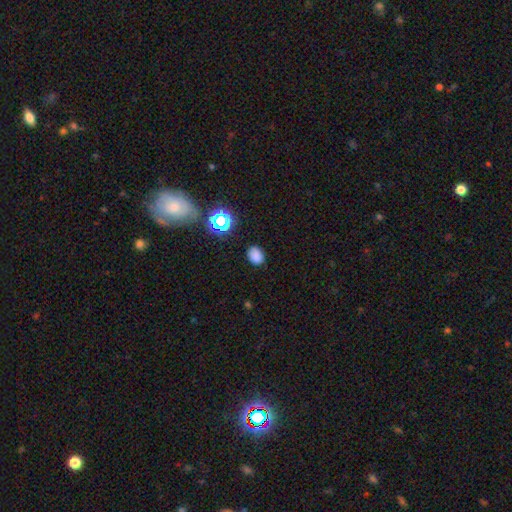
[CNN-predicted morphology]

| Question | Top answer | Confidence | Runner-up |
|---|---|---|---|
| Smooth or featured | smooth | 78% | star or artifact (17%) |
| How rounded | in between | 66% | round (33%) |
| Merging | none | 84% | minor disturbance (12%) |